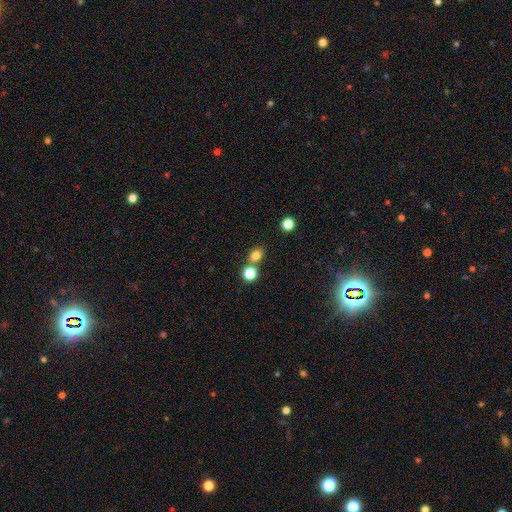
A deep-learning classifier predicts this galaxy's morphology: A smooth galaxy with no disk features (79%) that is round (63%). Merging: none (62%).